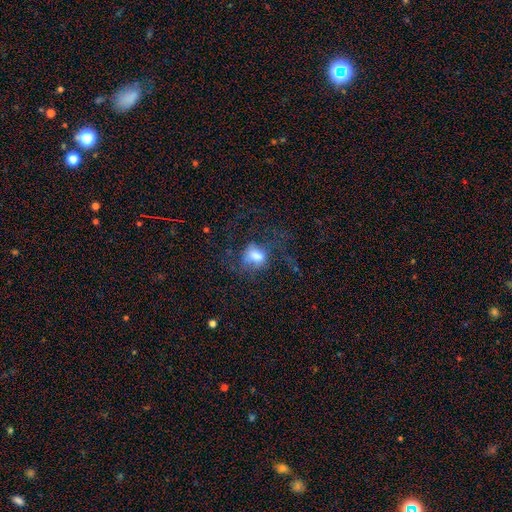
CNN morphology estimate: smooth-or-featured: smooth: 56% | featured or disk: 30% | star or artifact: 14%
  how-rounded: round: 49% (tied) | in between: 49% (tied) | cigar-shaped: 2%
  merging: none: 41% | major disturbance: 39% | minor disturbance: 17% | merger: 3%